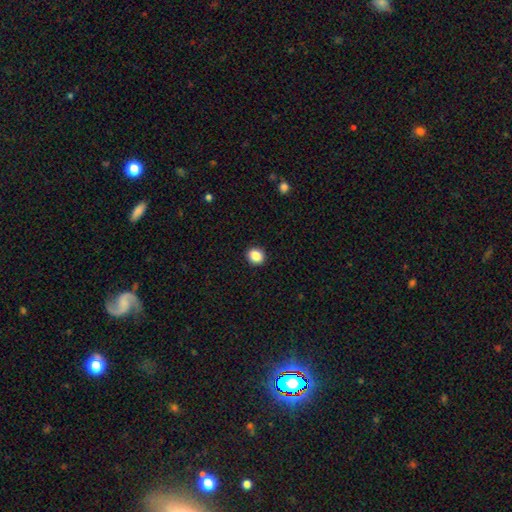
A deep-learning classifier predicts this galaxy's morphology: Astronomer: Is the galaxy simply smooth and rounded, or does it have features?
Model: smooth — 87%.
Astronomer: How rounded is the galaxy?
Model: round — 75%.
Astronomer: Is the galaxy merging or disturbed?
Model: none — 92%.